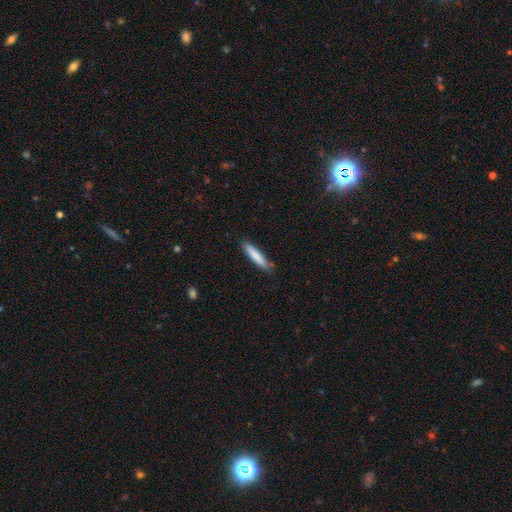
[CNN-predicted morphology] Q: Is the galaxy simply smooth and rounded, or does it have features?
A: smooth — 83%.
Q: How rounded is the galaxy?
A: cigar-shaped — 85%.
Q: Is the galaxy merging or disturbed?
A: none — 82%.